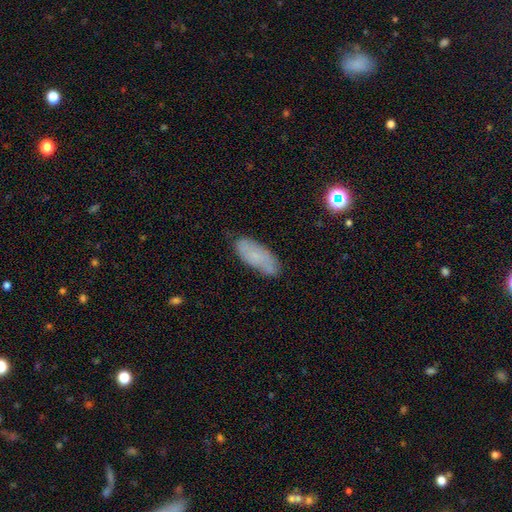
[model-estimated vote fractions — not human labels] This appears to be a smooth galaxy with no disk features (65%) that is in between round and cigar-shaped (76%). Merging: none (77%).